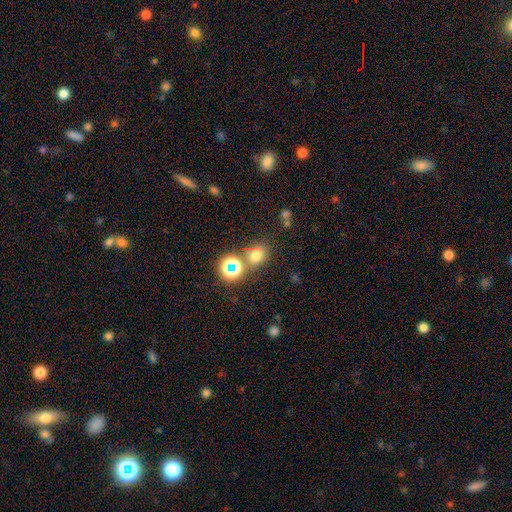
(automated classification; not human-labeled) This is likely a smooth galaxy (66%). How rounded: likely round (69%). Merging: likely none (69%).